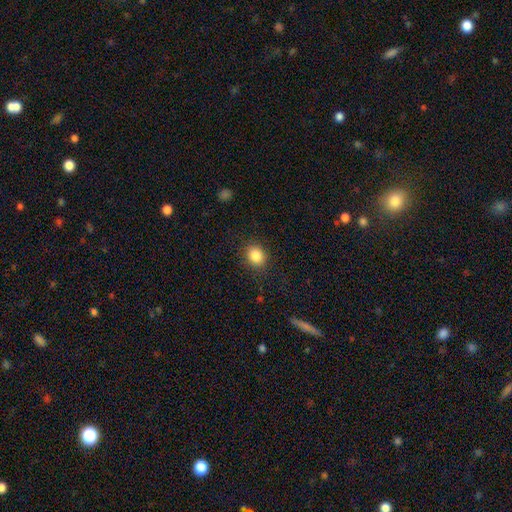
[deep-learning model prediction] A smooth galaxy with no disk features (85%) that is round (69%). Merging: none (88%).